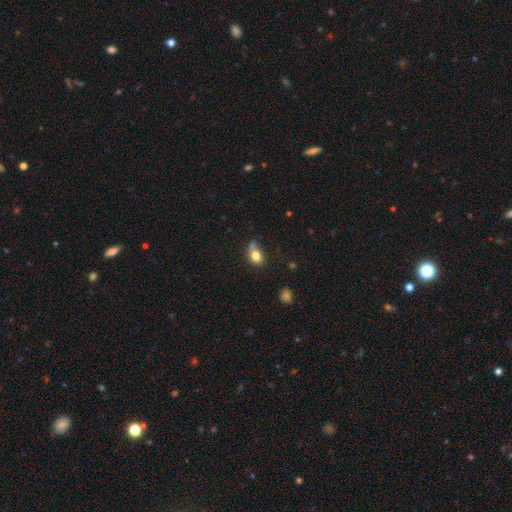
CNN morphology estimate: smooth_or_featured: smooth (p=0.79) [alt: featured or disk p=0.11]
how_rounded: in between (p=0.63) [alt: round p=0.35]
merging: none (p=0.44) [alt: minor disturbance p=0.31]